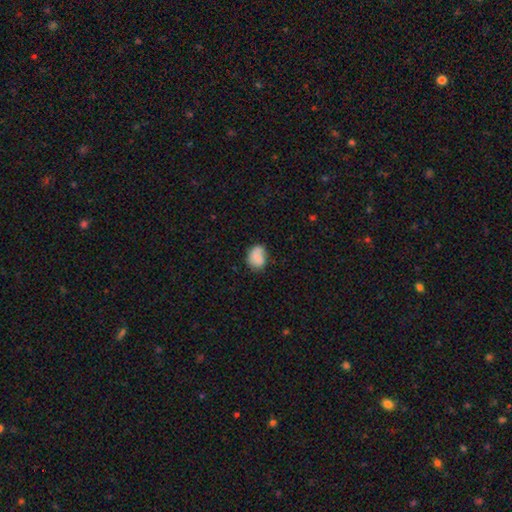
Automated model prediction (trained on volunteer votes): Morphology: type=smooth (77%); roundness=in between (54%); merging=none (59%).